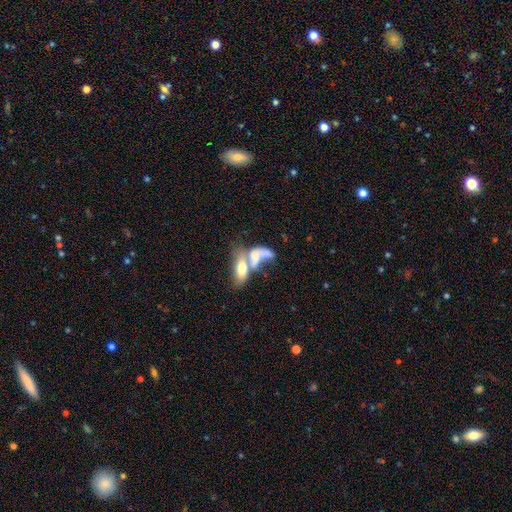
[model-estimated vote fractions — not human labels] Q: Smooth or featured?
A: smooth (48%); runner-up: featured or disk (42%)
Q: Merging?
A: merger (73%); runner-up: major disturbance (11%)